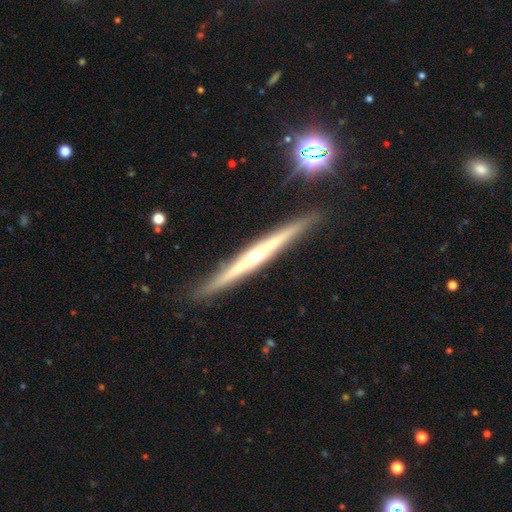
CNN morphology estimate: featured or disk 77%, smooth 17%, star or artifact 6%. Down the decision tree: edge-on disk — yes (97%); edge-on bulge — rounded (72%); merging — none (90%).